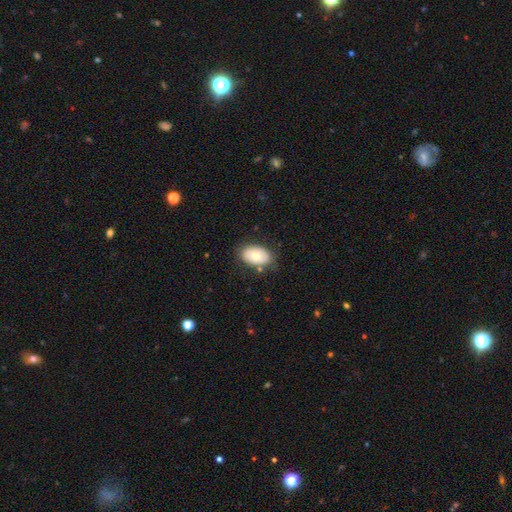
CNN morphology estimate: A smooth galaxy with no disk features (69%) that is in between round and cigar-shaped (88%). Merging: none (80%).